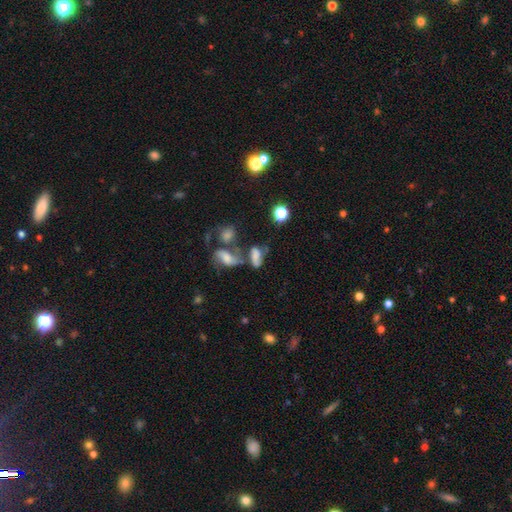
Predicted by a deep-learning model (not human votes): This is possibly a smooth galaxy (60%). How rounded: likely in between (79%). Merging: marginally merger (35%).